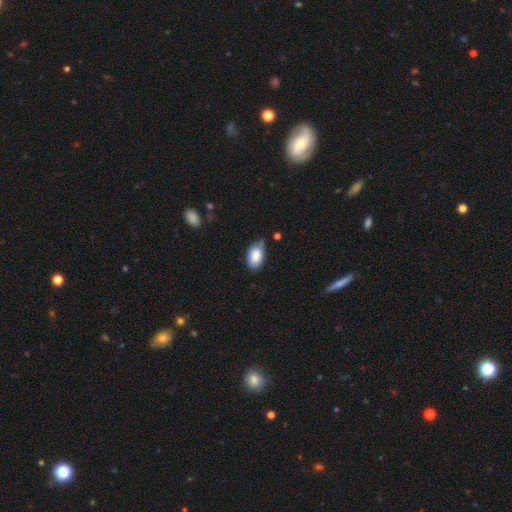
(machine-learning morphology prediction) A smooth galaxy with no disk features (86%) that is in between round and cigar-shaped (92%). Merging: none (59%).